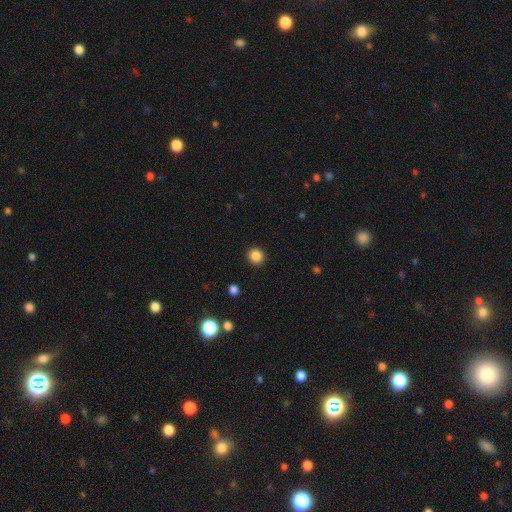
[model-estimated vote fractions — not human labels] Smooth or featured?
  - smooth: 86% *
  - star or artifact: 11%
  - featured or disk: 3%
How rounded?
  - round: 86% *
  - in between: 13%
  - cigar-shaped: 1%
Merging?
  - none: 91% *
  - minor disturbance: 6%
  - major disturbance: 2%
  - merger: 1%